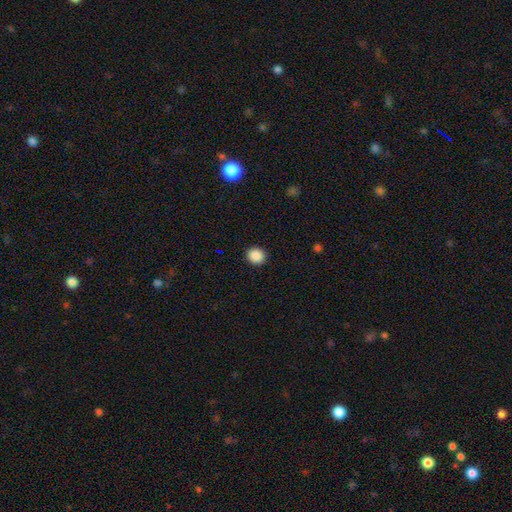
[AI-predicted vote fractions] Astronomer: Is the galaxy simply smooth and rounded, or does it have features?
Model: smooth — 88%.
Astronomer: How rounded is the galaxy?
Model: round — 84%.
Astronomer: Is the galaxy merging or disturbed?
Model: none — 92%.